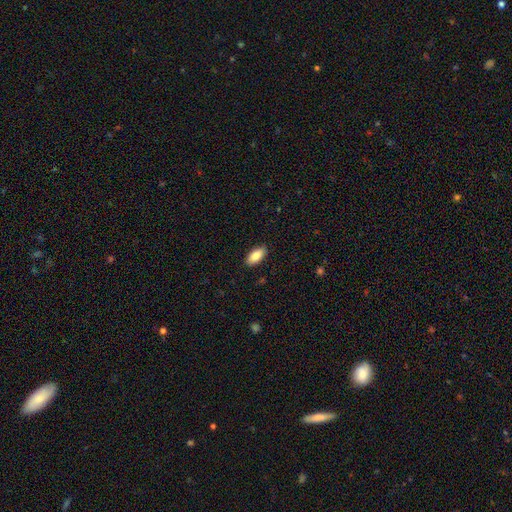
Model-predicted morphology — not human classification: smooth-or-featured: smooth: 86% | featured or disk: 7% | star or artifact: 6%
  how-rounded: in between: 90% | cigar-shaped: 8% | round: 2%
  merging: none: 89% | minor disturbance: 8% | major disturbance: 2% | merger: 1%